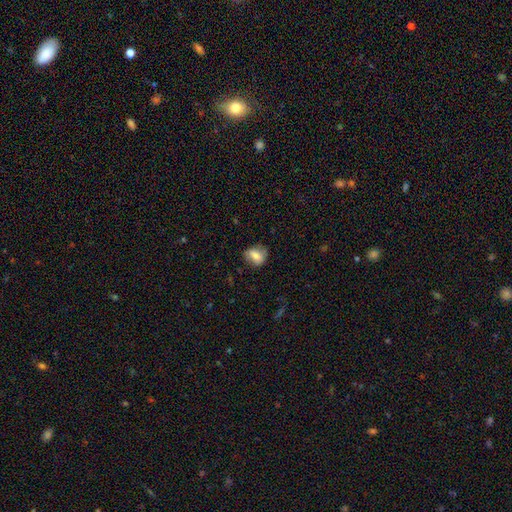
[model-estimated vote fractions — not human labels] Morphology: type=smooth (71%); roundness=in between (53%); merging=none (68%).